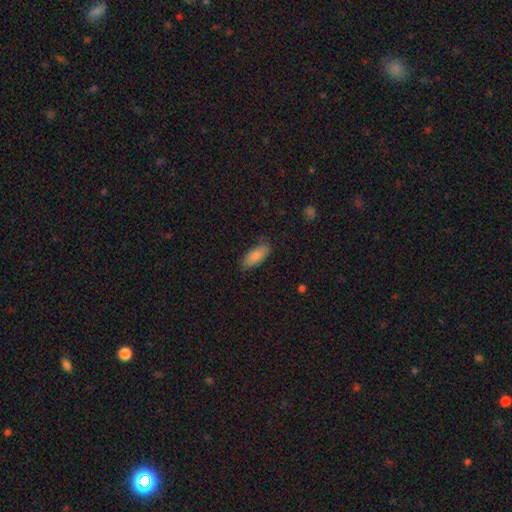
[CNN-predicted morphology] A smooth galaxy with no disk features (85%) that is in between round and cigar-shaped (80%). Merging: none (79%).